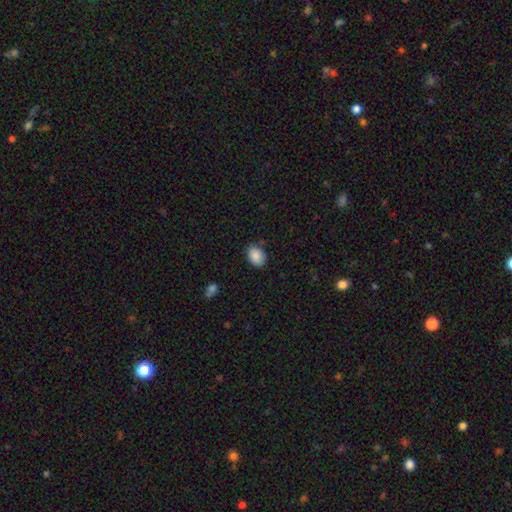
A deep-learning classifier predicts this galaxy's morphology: smooth_or_featured: smooth (p=0.89) [alt: star or artifact p=0.07]
how_rounded: in between (p=0.77) [alt: round p=0.22]
merging: none (p=0.81) [alt: minor disturbance p=0.15]